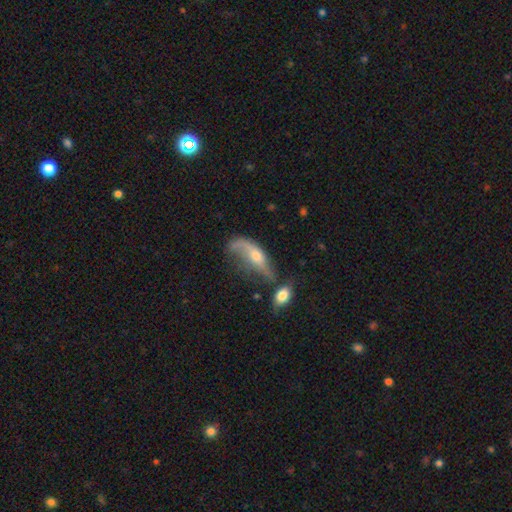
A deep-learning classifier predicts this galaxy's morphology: smooth-or-featured: featured or disk: 65% | smooth: 28% | star or artifact: 8%
  disk-edge-on: no: 77% | yes: 23%
  merging: none: 33% | major disturbance: 27% | minor disturbance: 22% | merger: 19%